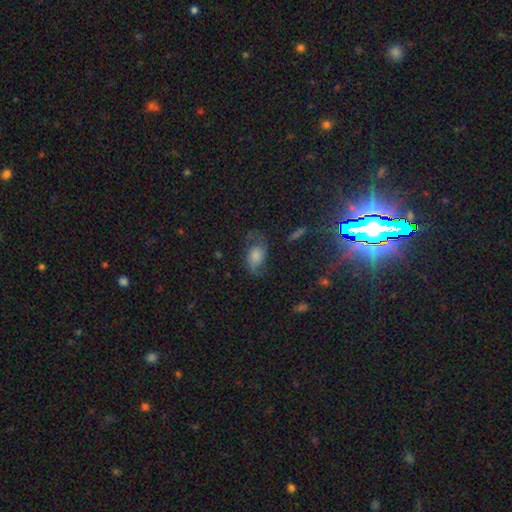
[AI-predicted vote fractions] Overall: featured or disk (52%; smooth 29%). Edge-on disk: no (94%). Merging: none (62%).